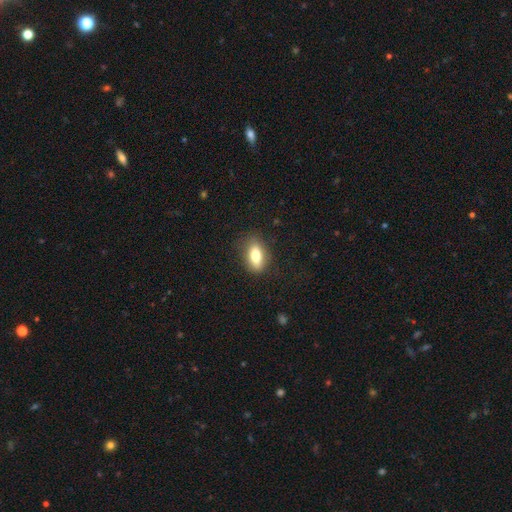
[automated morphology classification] Q: Smooth or featured?
A: smooth (77%); runner-up: featured or disk (15%)
Q: How rounded?
A: in between (82%); runner-up: cigar-shaped (11%)
Q: Merging?
A: none (82%); runner-up: minor disturbance (13%)